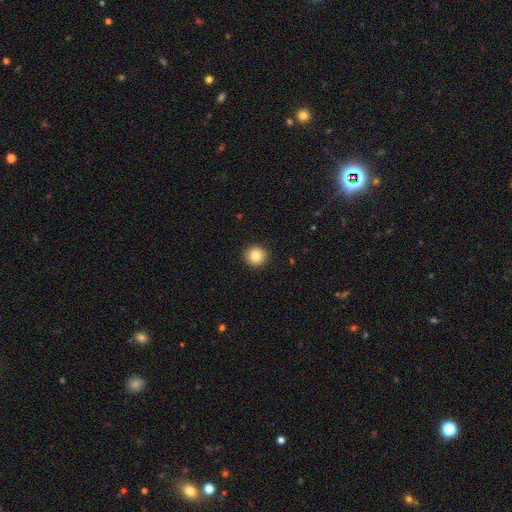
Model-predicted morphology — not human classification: smooth 84%, star or artifact 9%, featured or disk 6%. Down the decision tree: how rounded — round (94%); merging — none (93%).